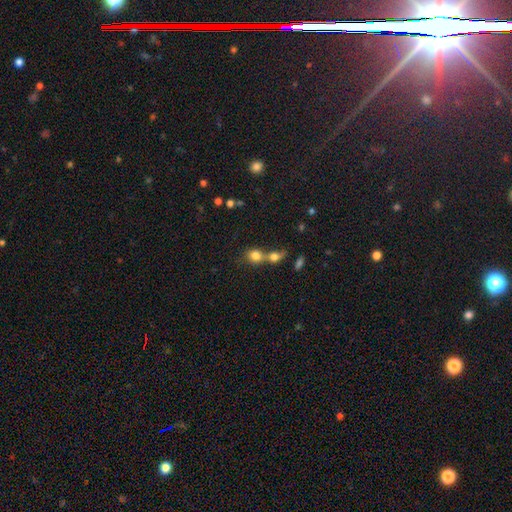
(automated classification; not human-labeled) Smooth or featured? smooth (79%)
How rounded? round (65%)
Merging? merger (62%)